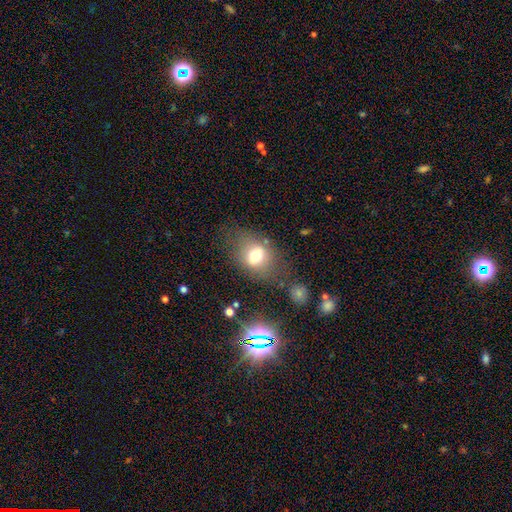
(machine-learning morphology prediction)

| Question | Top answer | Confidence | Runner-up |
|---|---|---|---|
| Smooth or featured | smooth | 69% | featured or disk (19%) |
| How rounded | in between | 58% | round (40%) |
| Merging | none | 61% | minor disturbance (20%) |